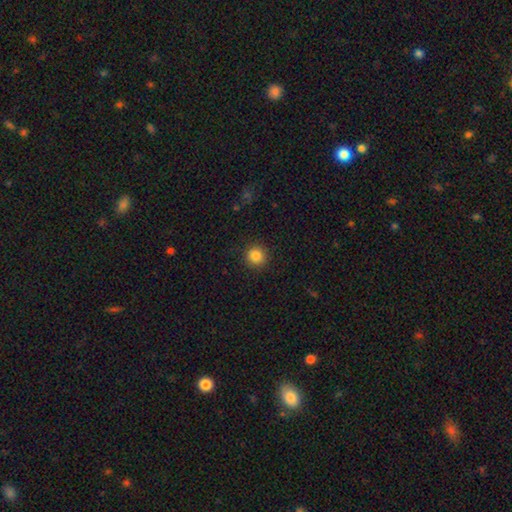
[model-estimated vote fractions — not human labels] smooth_or_featured: smooth (p=0.85) [alt: star or artifact p=0.11]
how_rounded: round (p=0.94) [alt: in between p=0.05]
merging: none (p=0.91) [alt: minor disturbance p=0.06]